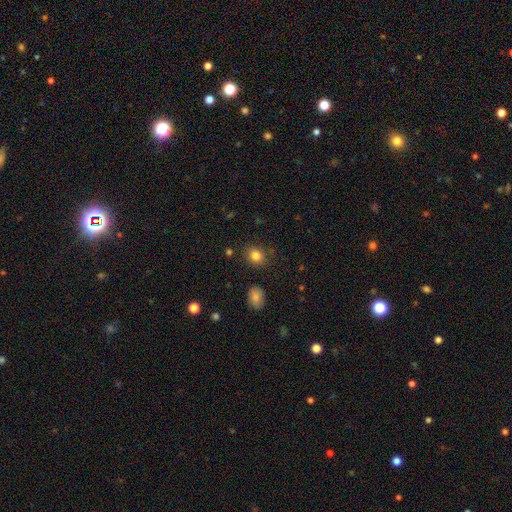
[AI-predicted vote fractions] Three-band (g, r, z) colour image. It shows a smooth galaxy with no disk features (84%) that is round (65%). Merging: none (84%).